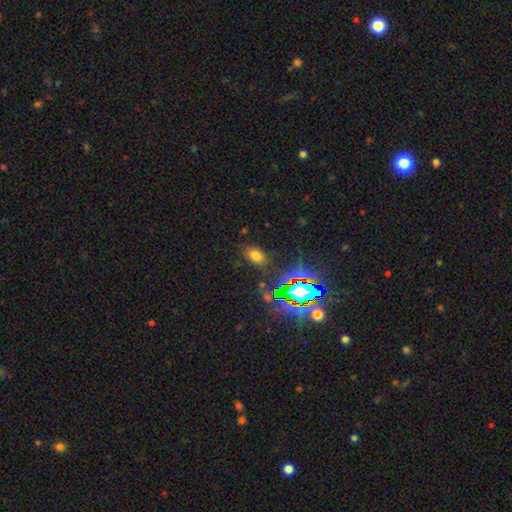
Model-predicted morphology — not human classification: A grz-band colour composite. It shows a smooth galaxy with no disk features (64%) that is in between round and cigar-shaped (78%). Merging: none (79%).